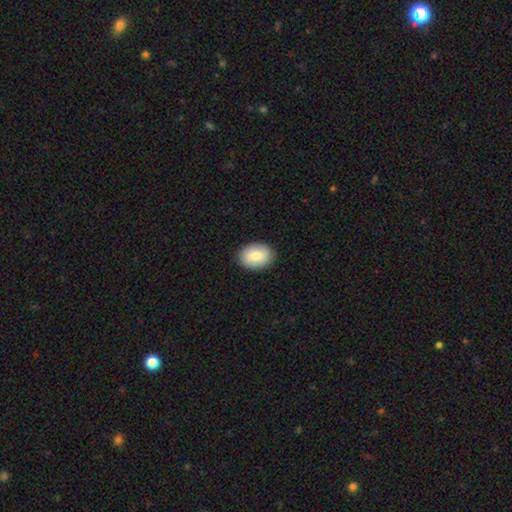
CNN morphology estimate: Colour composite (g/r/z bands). It shows a smooth galaxy with no disk features (82%) that is in between round and cigar-shaped (71%). Merging: none (89%).